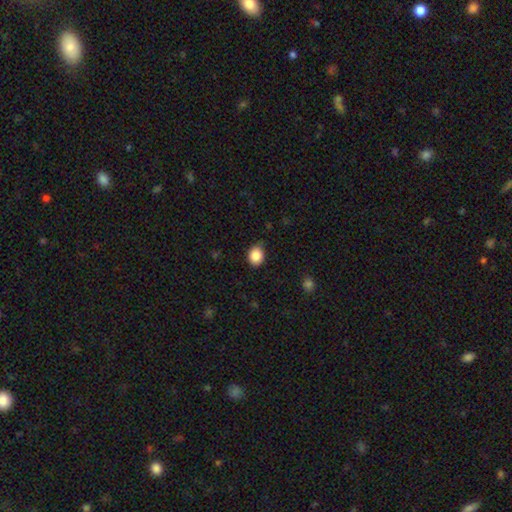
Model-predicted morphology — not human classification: Smooth or featured? Predicted: smooth (p=0.86). How rounded? Predicted: round (p=0.58). Merging? Predicted: none (p=0.81).